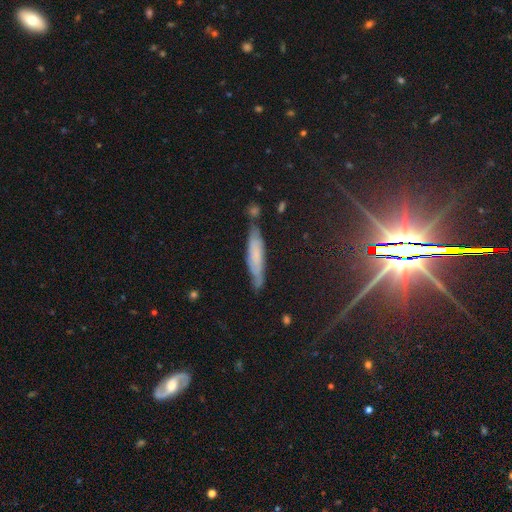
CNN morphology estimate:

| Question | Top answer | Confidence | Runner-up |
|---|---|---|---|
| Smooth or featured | smooth | 49% | featured or disk (38%) |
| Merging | none | 76% | minor disturbance (18%) |